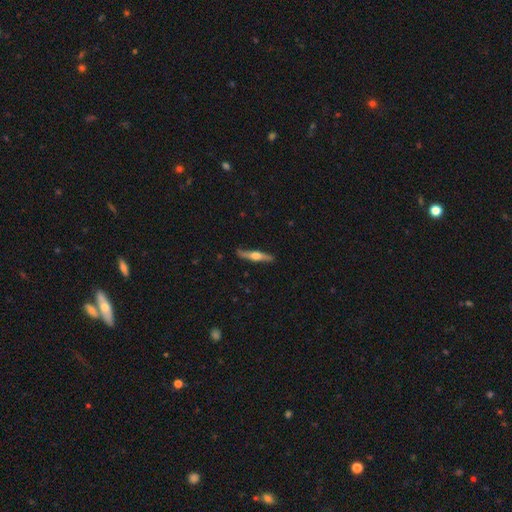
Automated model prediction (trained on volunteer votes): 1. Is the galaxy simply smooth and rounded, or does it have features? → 66% featured or disk, 29% smooth, 5% star or artifact.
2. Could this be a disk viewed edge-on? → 96% yes, 4% no.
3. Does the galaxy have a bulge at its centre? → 93% rounded, 4% boxy, 3% none.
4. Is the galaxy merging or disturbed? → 88% none, 9% minor disturbance, 2% major disturbance, 1% merger.